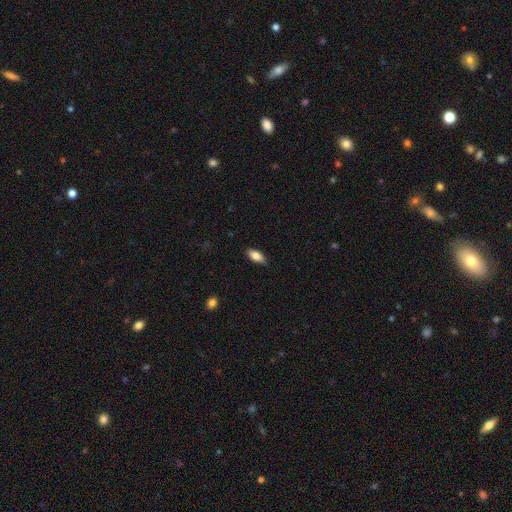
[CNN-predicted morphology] smooth-or-featured: smooth: 81% | featured or disk: 13% | star or artifact: 7%
  how-rounded: in between: 85% | cigar-shaped: 12% | round: 3%
  merging: none: 83% | minor disturbance: 14% | major disturbance: 2% | merger: 1%